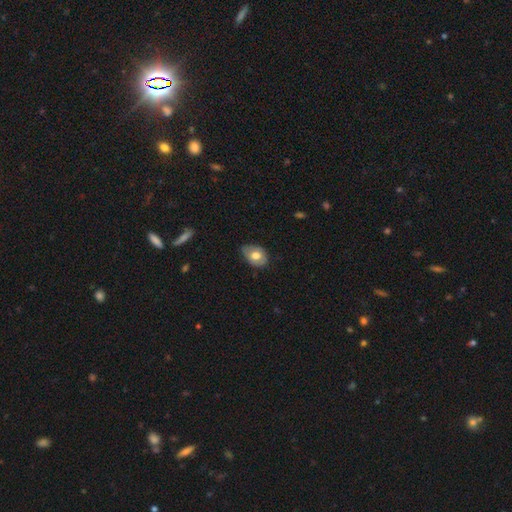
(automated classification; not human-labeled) smooth-or-featured: smooth: 67% | featured or disk: 26% | star or artifact: 7%
  how-rounded: in between: 77% | round: 22% | cigar-shaped: 1%
  merging: none: 59% | minor disturbance: 33% | major disturbance: 6% | merger: 1%